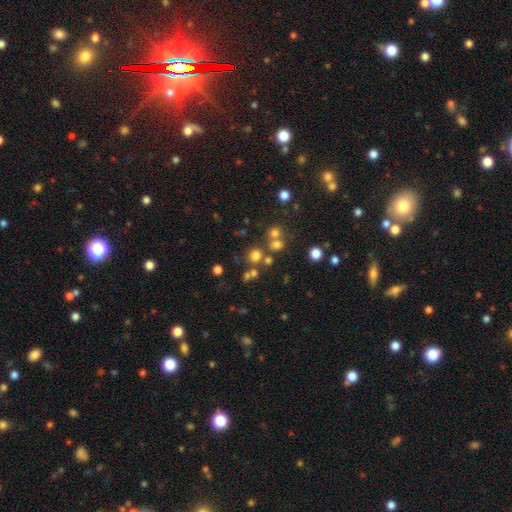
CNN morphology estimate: smooth_or_featured: smooth (p=0.67) [alt: star or artifact p=0.23]
how_rounded: round (p=0.88) [alt: in between p=0.11]
merging: none (p=0.66) [alt: merger p=0.22]